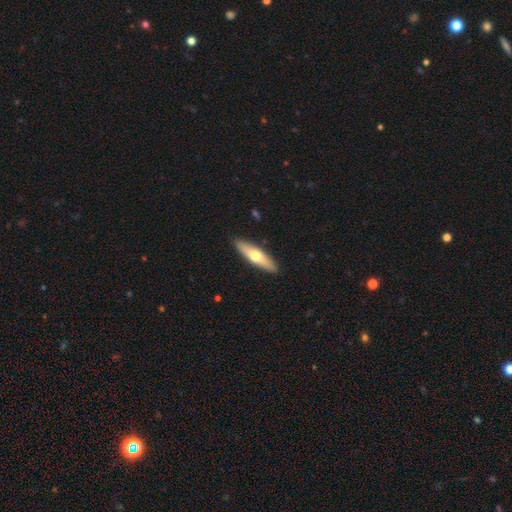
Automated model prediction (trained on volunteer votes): Morphology: type=smooth (56%); roundness=cigar-shaped (66%); merging=none (90%).